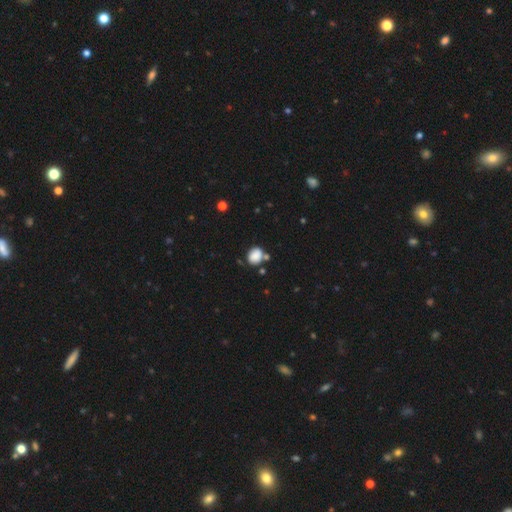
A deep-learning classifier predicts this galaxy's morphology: smooth_or_featured: smooth (p=0.85) [alt: star or artifact p=0.10]
how_rounded: round (p=0.58) [alt: in between p=0.41]
merging: none (p=0.68) [alt: minor disturbance p=0.15]